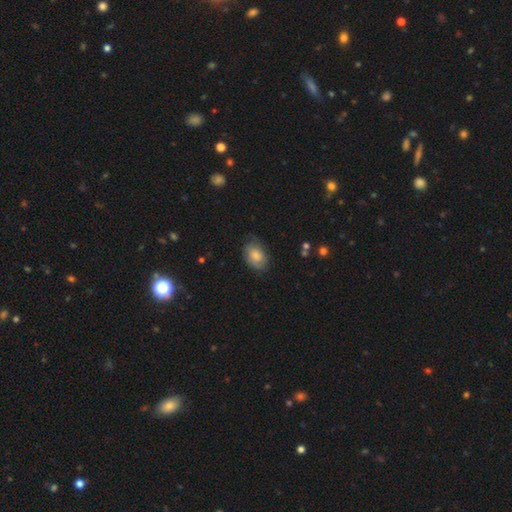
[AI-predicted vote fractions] Overall: smooth (69%). How rounded: in between (82%). Merging: none (70%).